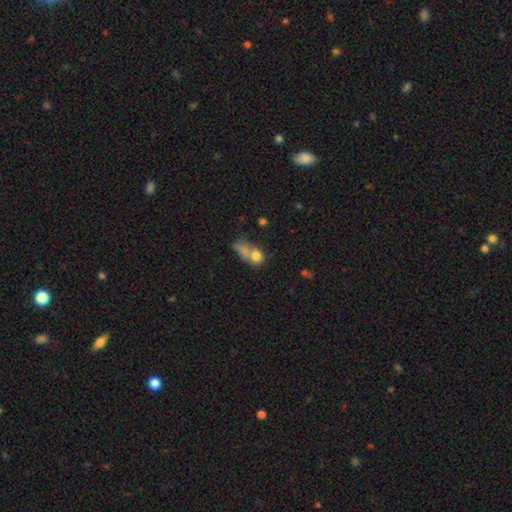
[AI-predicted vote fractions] Morphology: type=smooth (73%); roundness=round (53%); merging=merger (57%).